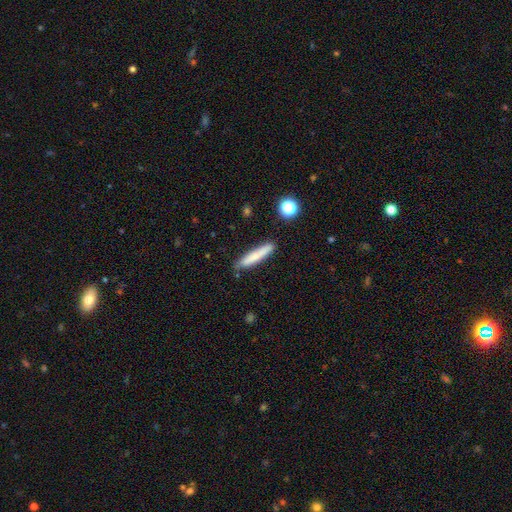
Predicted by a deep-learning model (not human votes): A smooth galaxy with no disk features (74%) that is cigar-shaped (91%). Merging: none (82%).